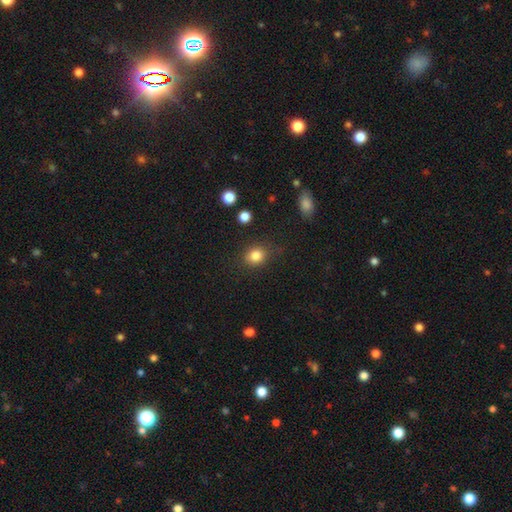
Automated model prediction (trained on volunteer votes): Morphology: type=smooth (84%); roundness=round (62%); merging=none (80%).